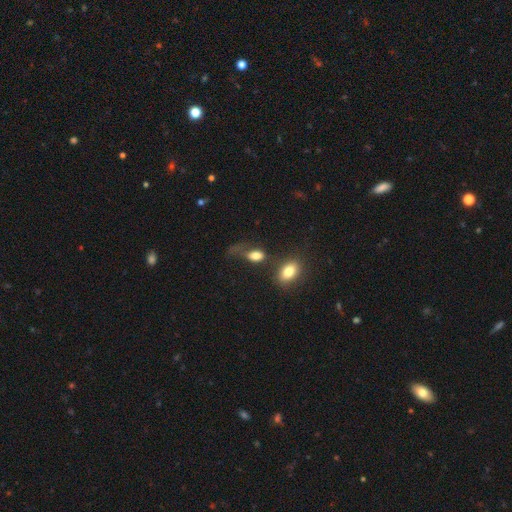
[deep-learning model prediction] Overall: smooth (80%). How rounded: in between (85%). Merging: none (35%; major disturbance 28%).